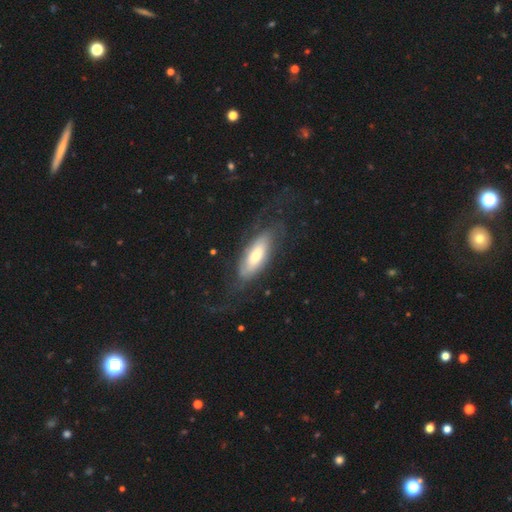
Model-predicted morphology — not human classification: A featured or disk galaxy (59%). Merging: none (61%).